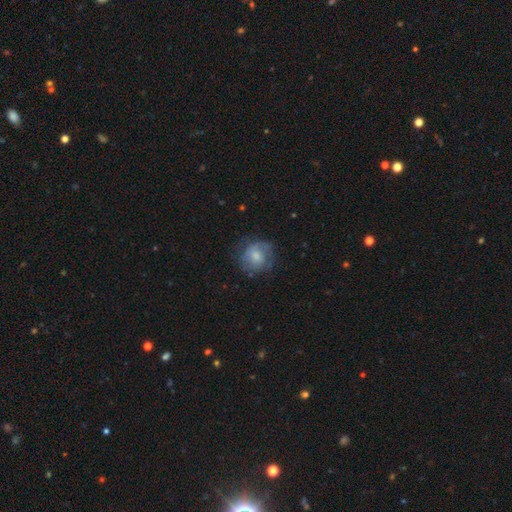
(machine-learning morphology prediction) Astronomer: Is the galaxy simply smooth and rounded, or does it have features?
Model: smooth — 59%.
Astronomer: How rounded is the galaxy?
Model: round — 81%.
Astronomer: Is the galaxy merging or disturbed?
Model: none — 63%.